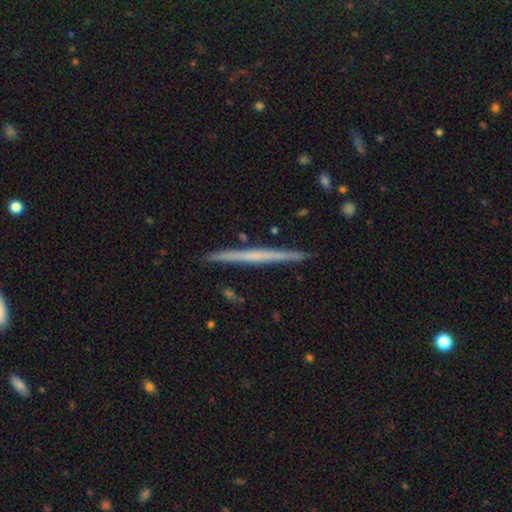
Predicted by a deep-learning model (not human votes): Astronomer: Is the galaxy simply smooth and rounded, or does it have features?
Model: featured or disk — 55% (runner-up: smooth, 40%).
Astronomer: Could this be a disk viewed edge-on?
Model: yes — 98%.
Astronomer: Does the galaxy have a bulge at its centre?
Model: none — 87%.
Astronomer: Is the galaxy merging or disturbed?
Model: none — 92%.